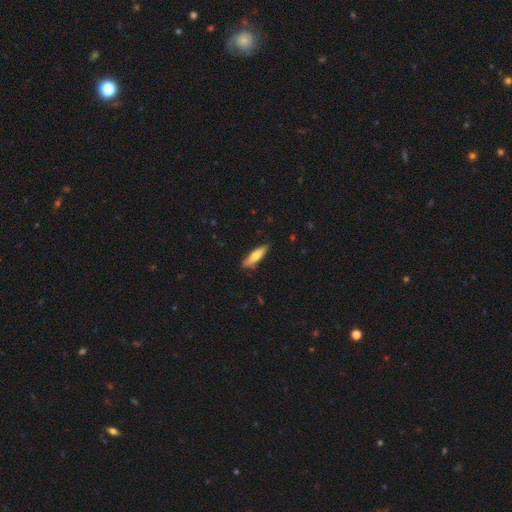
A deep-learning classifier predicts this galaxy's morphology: A smooth galaxy with no disk features (64%) that is cigar-shaped (67%). Merging: none (81%).